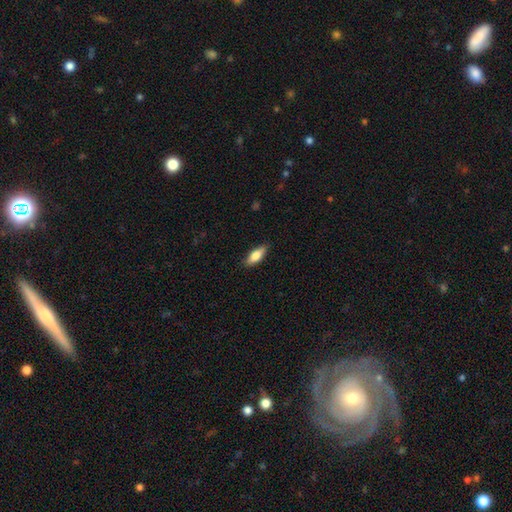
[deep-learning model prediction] Smooth or featured: smooth — 74% (featured or disk — 19%)
How rounded: in between — 71% (cigar-shaped — 26%)
Merging: none — 84% (minor disturbance — 13%)